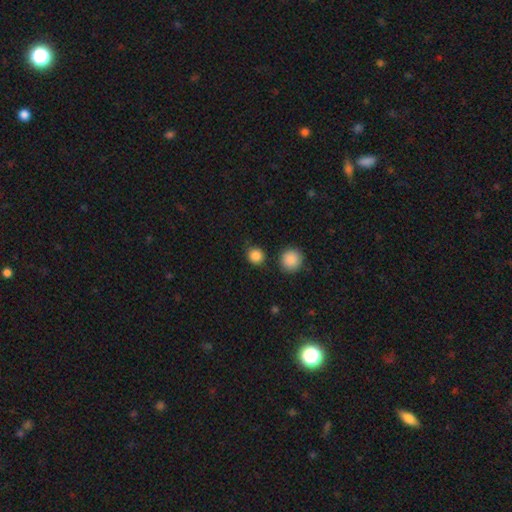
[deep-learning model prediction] Smooth or featured? Predicted: smooth (p=0.86). How rounded? Predicted: round (p=0.90). Merging? Predicted: none (p=0.85).